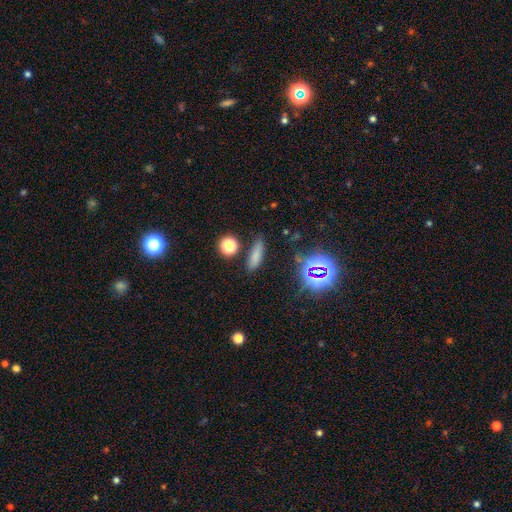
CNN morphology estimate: Smooth or featured?
  - smooth: 72% *
  - star or artifact: 18%
  - featured or disk: 10%
How rounded?
  - cigar-shaped: 58% *
  - in between: 35%
  - round: 6%
Merging?
  - none: 81% *
  - minor disturbance: 12%
  - merger: 4%
  - major disturbance: 3%